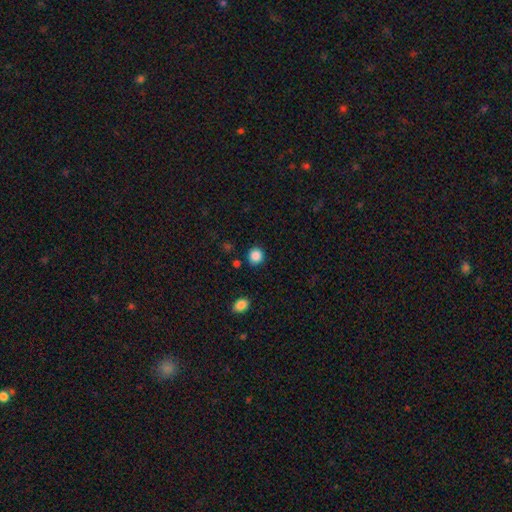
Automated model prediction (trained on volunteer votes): The model was most divided on "smooth or featured": smooth: 87%, star or artifact: 10%, featured or disk: 3%. More confident: how rounded — round (89%); merging — none (88%).